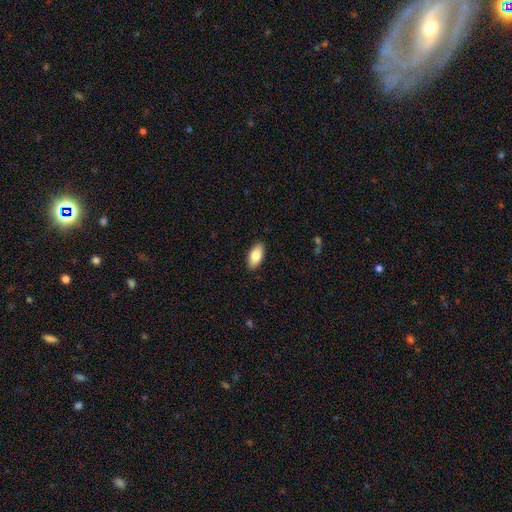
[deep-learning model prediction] Smooth or featured? smooth (81%)
How rounded? in between (91%)
Merging? none (89%)